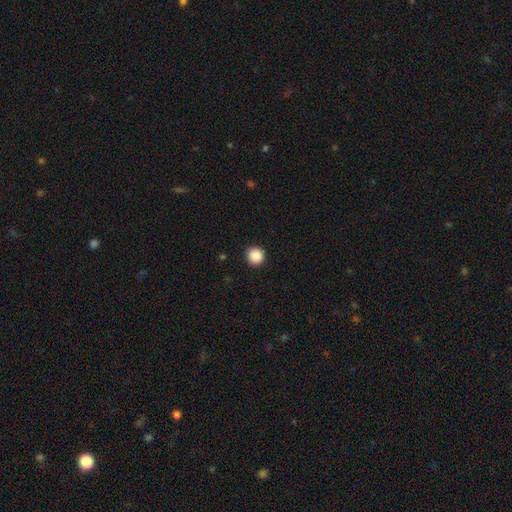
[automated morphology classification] Smooth or featured? Predicted: smooth (p=0.88). How rounded? Predicted: round (p=0.95). Merging? Predicted: none (p=0.93).